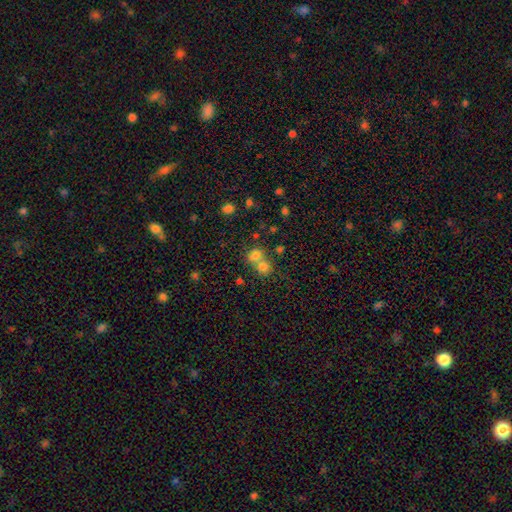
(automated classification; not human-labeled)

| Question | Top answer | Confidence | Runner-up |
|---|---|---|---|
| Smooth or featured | smooth | 73% | star or artifact (15%) |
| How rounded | round | 78% | in between (21%) |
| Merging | merger | 59% | none (33%) |